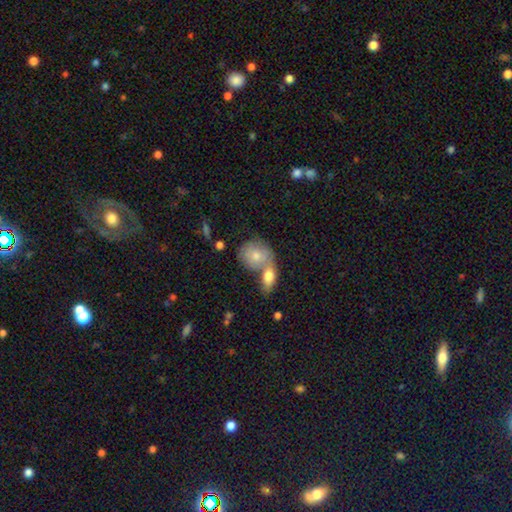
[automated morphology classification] A smooth galaxy with no disk features (71%) that is round (61%). Merging: merger (55%).